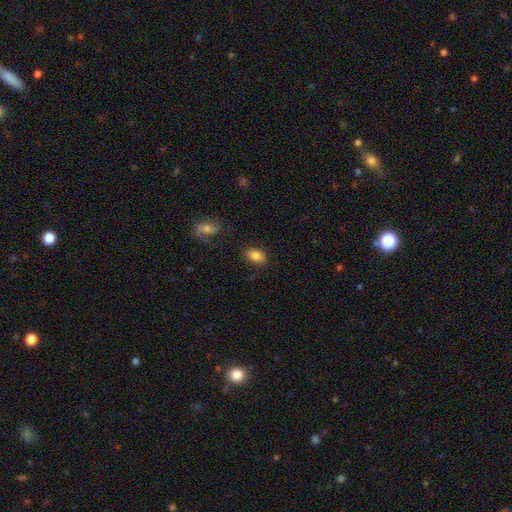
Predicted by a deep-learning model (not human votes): Morphology: type=smooth (83%); roundness=in between (87%); merging=none (81%).